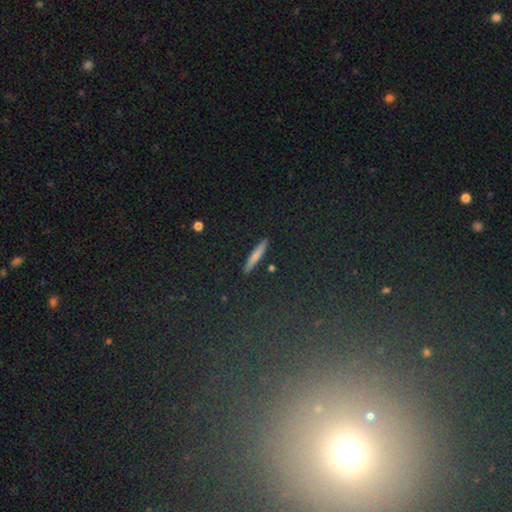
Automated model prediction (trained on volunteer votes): A smooth galaxy with no disk features (70%) that is cigar-shaped (91%).

Vote fractions:
- Smooth or featured? smooth: 70% / featured or disk: 19% / star or artifact: 11%
- How rounded? cigar-shaped: 91% / in between: 6% / round: 3%
- Merging? none: 90% / minor disturbance: 7% / major disturbance: 2% / merger: 2%